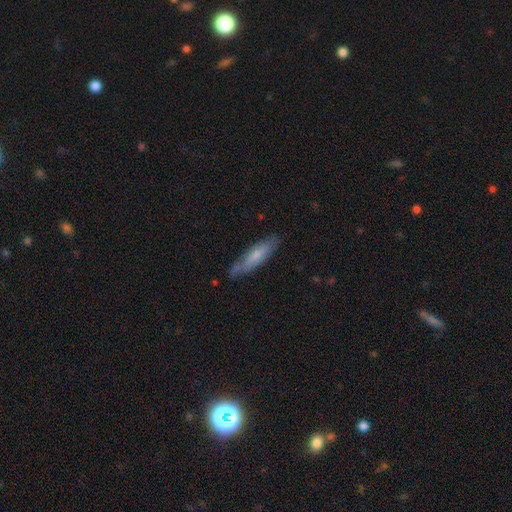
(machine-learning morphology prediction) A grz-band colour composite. It shows a smooth galaxy with no disk features (60%) that is cigar-shaped (74%). Merging: none (73%).